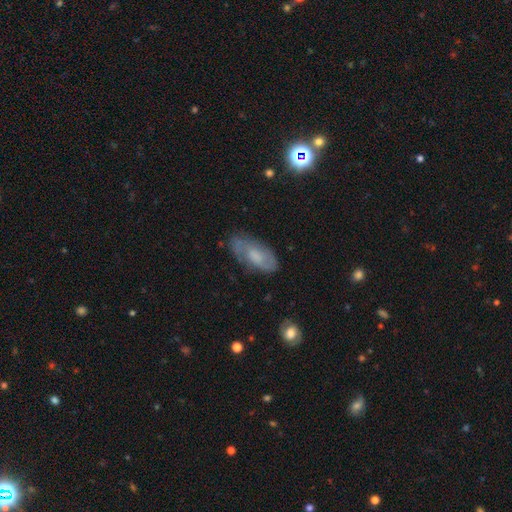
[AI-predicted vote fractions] smooth_or_featured: featured or disk (p=0.55) [alt: smooth p=0.37]
disk_edge_on: no (p=0.89) [alt: yes p=0.11]
merging: none (p=0.73) [alt: minor disturbance p=0.19]